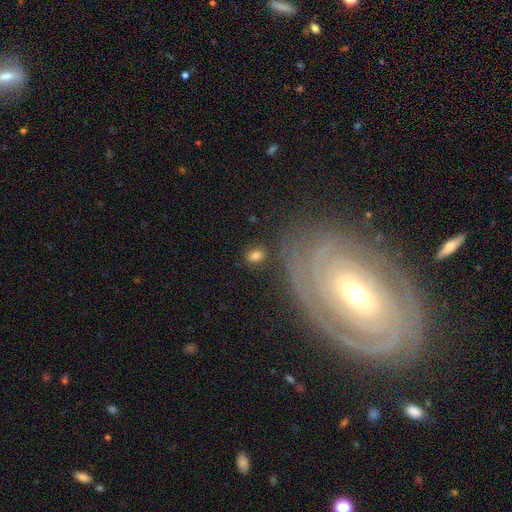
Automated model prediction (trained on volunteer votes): The model was most divided on "how rounded": in between: 58%, round: 40%, cigar-shaped: 2%. More confident: merging — none (81%); smooth or featured — smooth (77%).